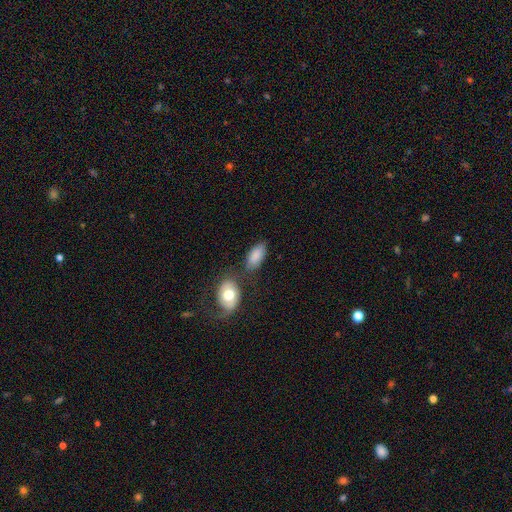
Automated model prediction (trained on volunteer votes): smooth 83%, featured or disk 11%, star or artifact 7%. Down the decision tree: how rounded — in between (92%); merging — none (57%).